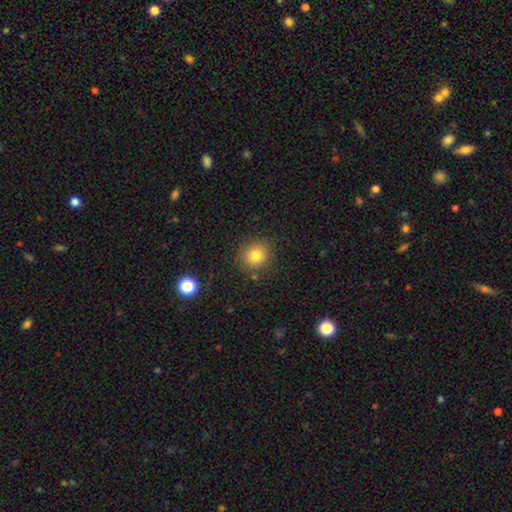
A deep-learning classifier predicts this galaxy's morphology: Smooth or featured?
  - smooth: 81% *
  - star or artifact: 12%
  - featured or disk: 7%
How rounded?
  - round: 87% *
  - in between: 12%
  - cigar-shaped: 1%
Merging?
  - none: 86% *
  - minor disturbance: 9%
  - major disturbance: 3%
  - merger: 2%